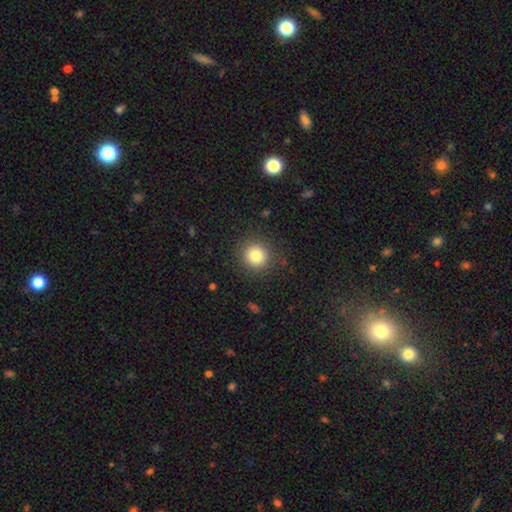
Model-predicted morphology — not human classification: Overall: smooth (81%). How rounded: round (92%). Merging: none (88%).